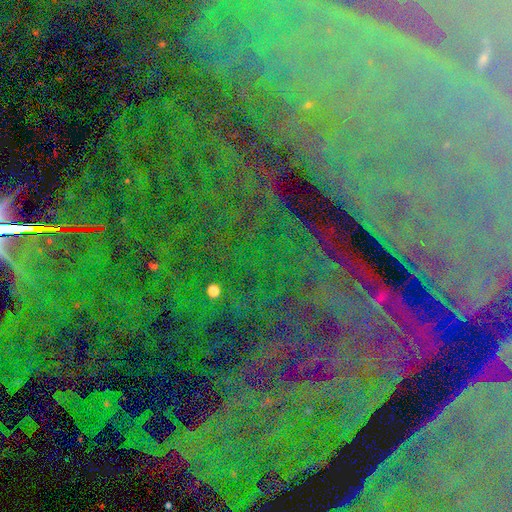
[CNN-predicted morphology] This is clearly a star or artifact rather than a galaxy (86%).